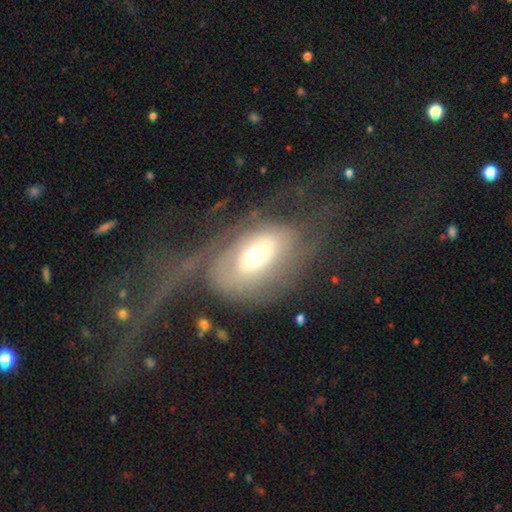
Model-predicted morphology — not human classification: Overall: featured or disk (63%; smooth 28%). Edge-on disk: no (91%). Bar: no (59%; weak 28%). Spiral arms: yes (54%; no 46%). Bulge size: moderate (60%). Merging: major disturbance (58%; none 24%).